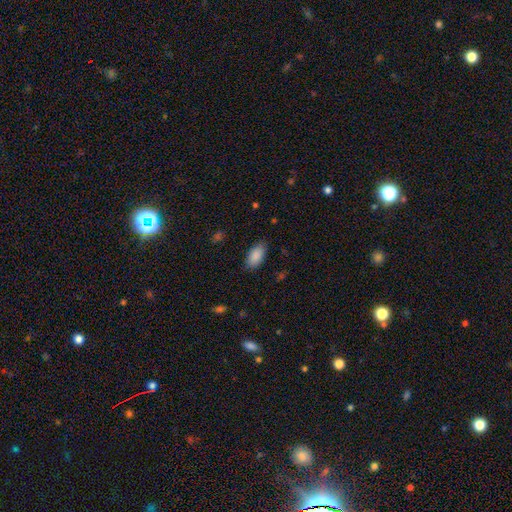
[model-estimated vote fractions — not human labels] A smooth galaxy with no disk features (89%) that is in between round and cigar-shaped (93%). Merging: none (84%).